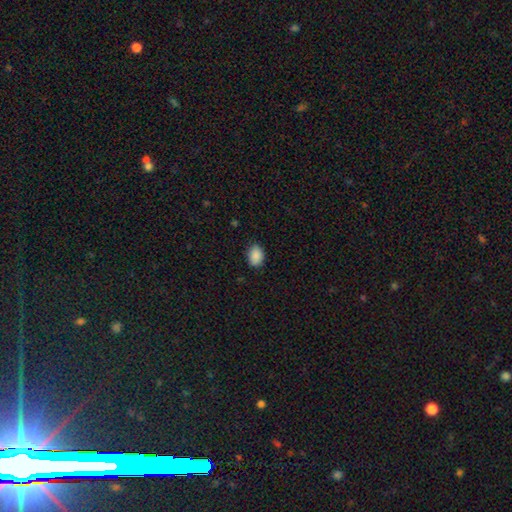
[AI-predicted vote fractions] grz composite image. It shows a smooth galaxy with no disk features (89%) that is in between round and cigar-shaped (77%). Merging: none (84%).